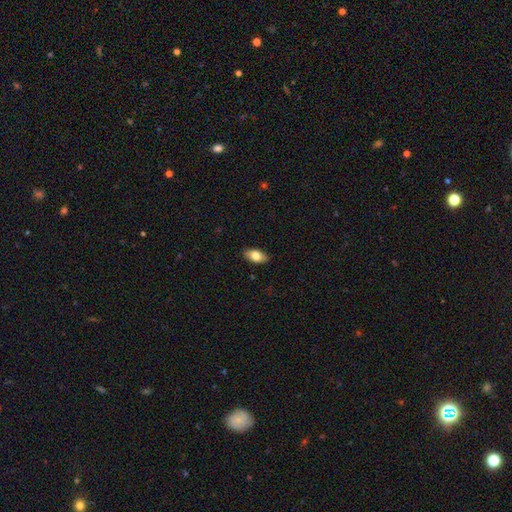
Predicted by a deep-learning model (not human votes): This appears to be a smooth galaxy with no disk features (79%) that is in between round and cigar-shaped (92%). Merging: none (88%).